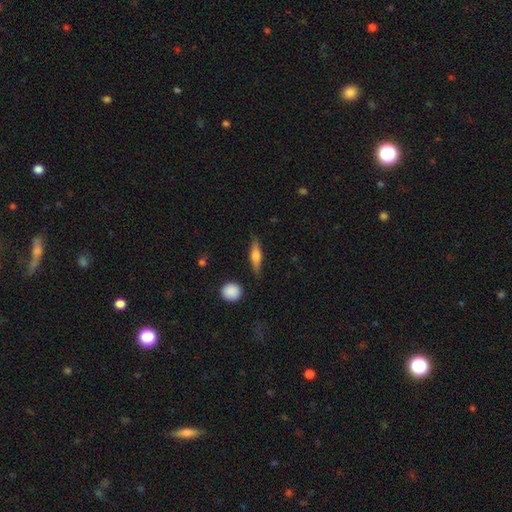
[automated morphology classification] Smooth or featured? featured or disk (48%)
Merging? none (84%)